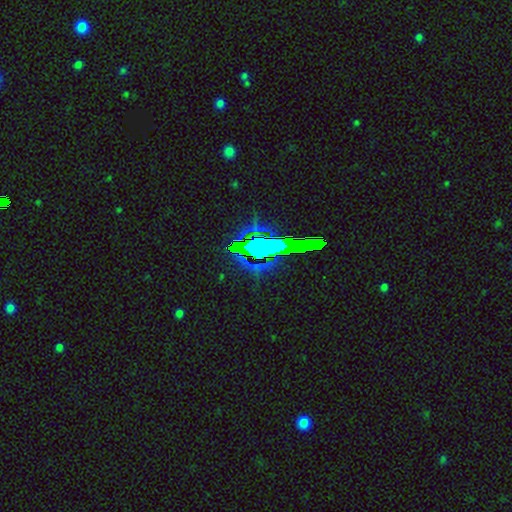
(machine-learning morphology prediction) smooth_or_featured: star or artifact (p=0.71) [alt: featured or disk p=0.15]